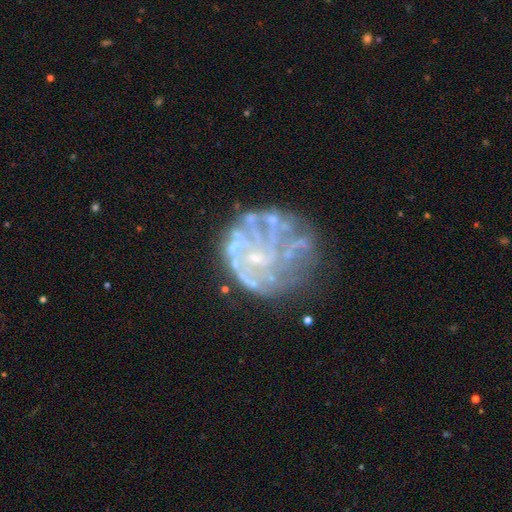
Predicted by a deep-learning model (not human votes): A featured or disk galaxy (78%) with no bar (77%), spiral arms (55%) and a small central bulge (49%). Merging: none (54%).